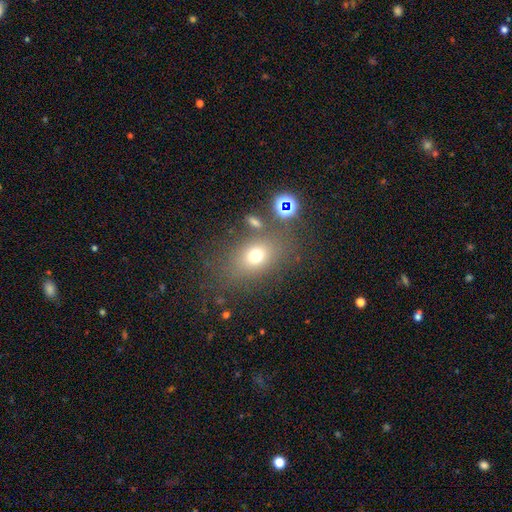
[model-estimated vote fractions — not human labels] This is likely a smooth galaxy (69%). How rounded: likely in between (60%). Merging: likely none (70%).